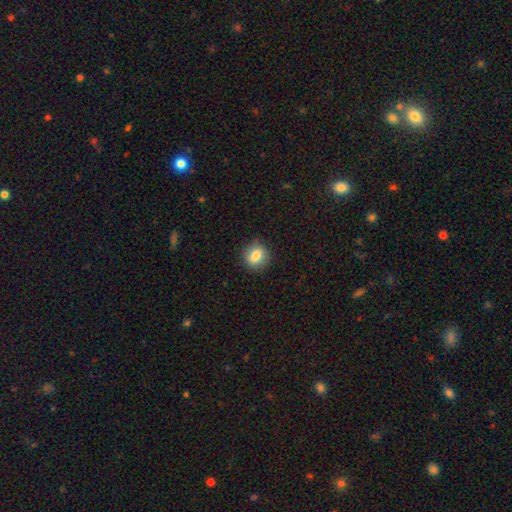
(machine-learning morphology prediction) Smooth or featured?
  - smooth: 80% *
  - featured or disk: 11%
  - star or artifact: 9%
How rounded?
  - round: 73% *
  - in between: 26%
  - cigar-shaped: 1%
Merging?
  - none: 87% *
  - minor disturbance: 10%
  - major disturbance: 3%
  - merger: 1%